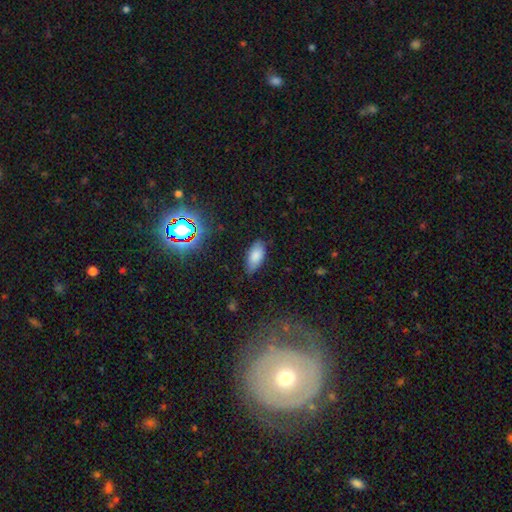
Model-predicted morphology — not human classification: Smooth or featured? smooth (80%)
How rounded? in between (91%)
Merging? none (75%)